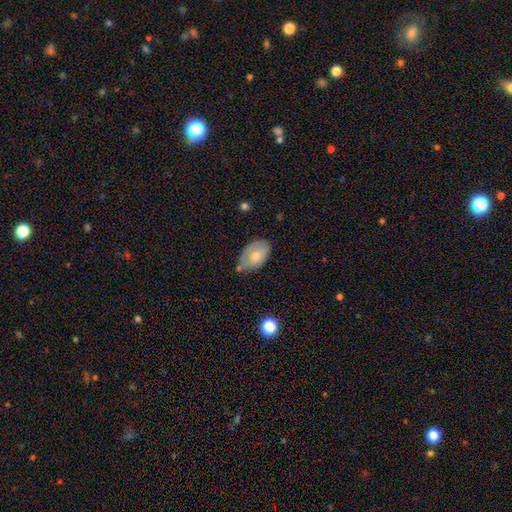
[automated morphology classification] type=smooth (63%); roundness=in between (91%); merging=none (52%).